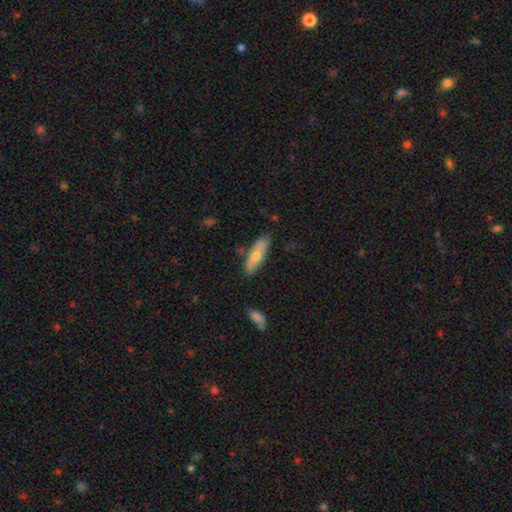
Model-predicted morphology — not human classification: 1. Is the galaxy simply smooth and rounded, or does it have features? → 61% smooth, 33% featured or disk, 6% star or artifact.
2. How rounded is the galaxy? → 61% cigar-shaped, 37% in between, 2% round.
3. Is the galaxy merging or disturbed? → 80% none, 14% minor disturbance, 3% merger, 3% major disturbance.